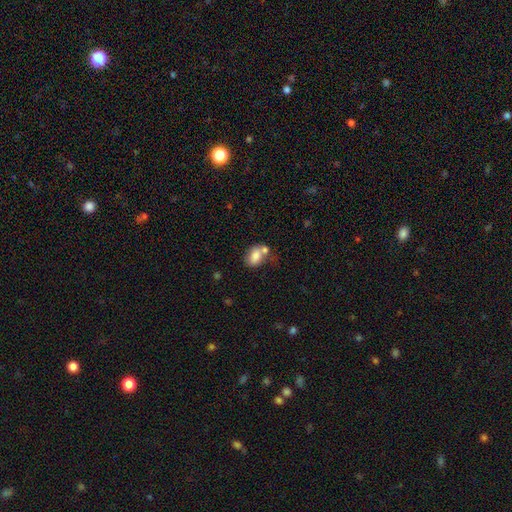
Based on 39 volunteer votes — Smooth or featured: smooth — 77% (featured or disk — 18%)
How rounded: in between — 77% (round — 20%)
Merging: merger — 49% (none — 27%)